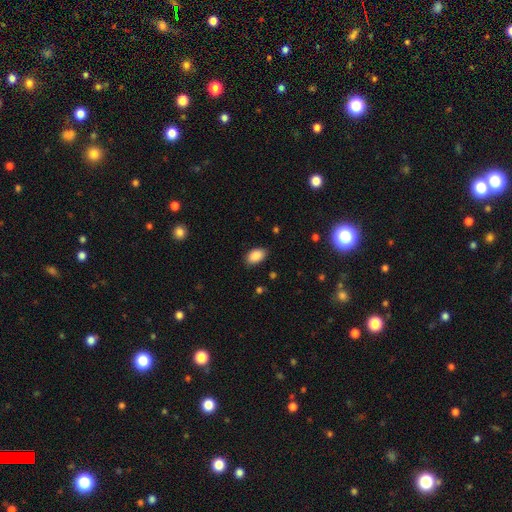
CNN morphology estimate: Q: Smooth or featured?
A: smooth (89%); runner-up: star or artifact (7%)
Q: How rounded?
A: in between (92%); runner-up: round (6%)
Q: Merging?
A: none (85%); runner-up: minor disturbance (11%)